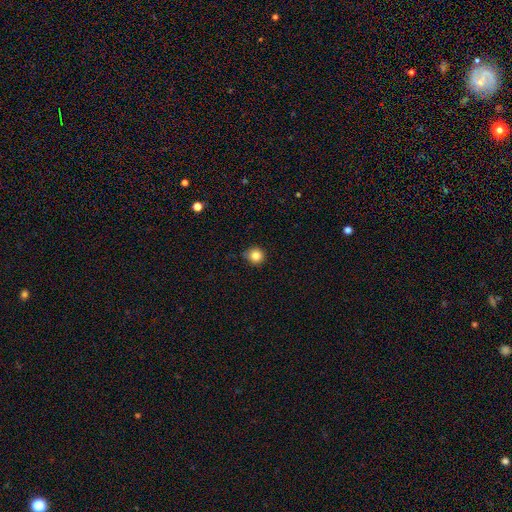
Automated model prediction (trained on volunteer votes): Overall: smooth (83%). How rounded: round (92%). Merging: none (82%).